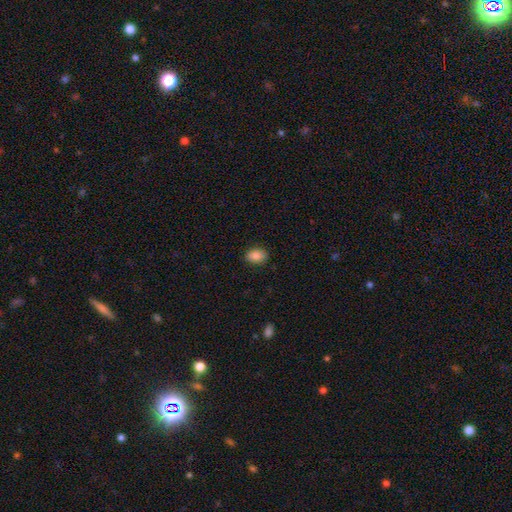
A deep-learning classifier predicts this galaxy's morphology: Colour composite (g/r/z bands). It shows a smooth galaxy with no disk features (86%) that is in between round and cigar-shaped (76%). Merging: none (89%).